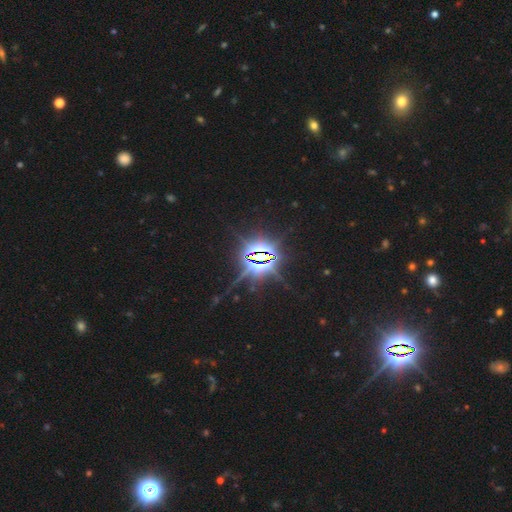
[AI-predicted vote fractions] Q: Smooth or featured?
A: star or artifact (86%); runner-up: featured or disk (8%)